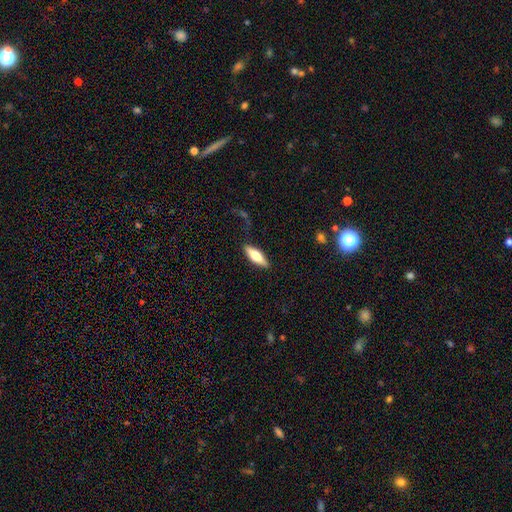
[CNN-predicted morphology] Q: Smooth or featured?
A: smooth (61%); runner-up: featured or disk (34%)
Q: How rounded?
A: in between (53%); runner-up: cigar-shaped (44%)
Q: Merging?
A: none (83%); runner-up: minor disturbance (11%)